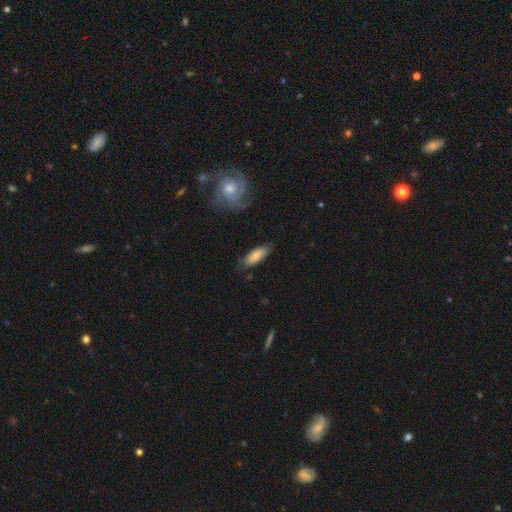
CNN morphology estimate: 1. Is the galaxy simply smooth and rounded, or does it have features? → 73% smooth, 20% featured or disk, 7% star or artifact.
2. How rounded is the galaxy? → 75% in between, 23% cigar-shaped, 2% round.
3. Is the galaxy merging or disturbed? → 72% none, 20% minor disturbance, 5% major disturbance, 3% merger.